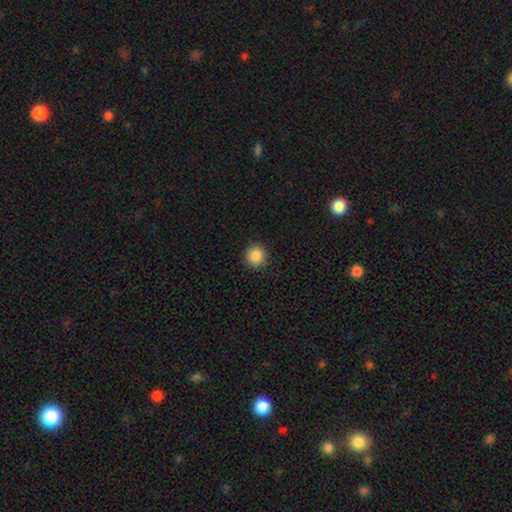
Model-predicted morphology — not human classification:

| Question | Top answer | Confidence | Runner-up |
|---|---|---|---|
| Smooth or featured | smooth | 86% | star or artifact (10%) |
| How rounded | round | 93% | in between (6%) |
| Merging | none | 91% | minor disturbance (6%) |